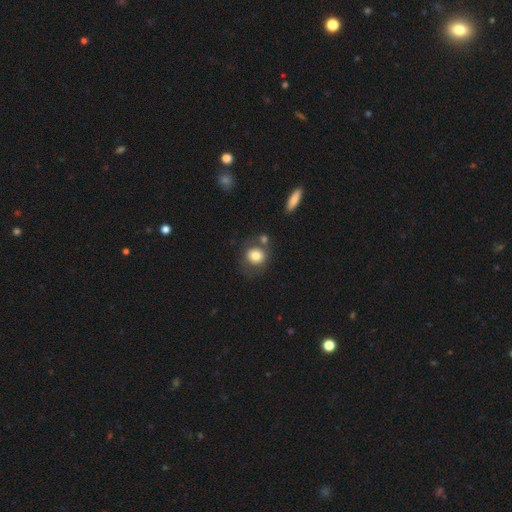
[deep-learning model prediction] smooth 76%, featured or disk 15%, star or artifact 9%. Down the decision tree: how rounded — round (82%); merging — none (62%).